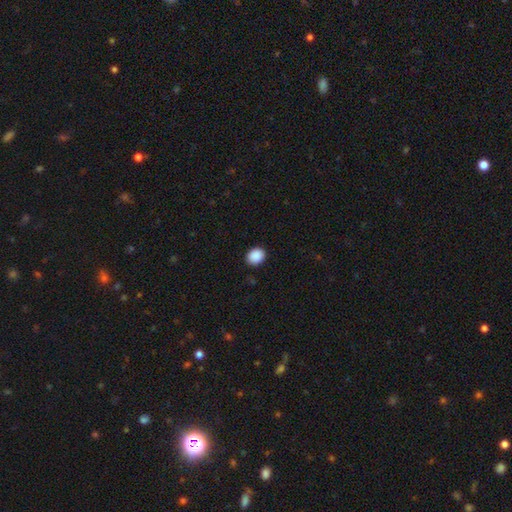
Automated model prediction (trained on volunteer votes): The model was most divided on "how rounded": round: 56%, in between: 43%, cigar-shaped: 1%. More confident: smooth or featured — smooth (90%); merging — none (90%).